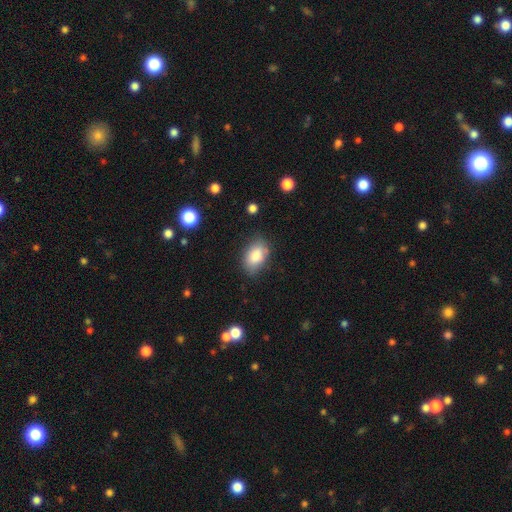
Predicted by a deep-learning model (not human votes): Q: Smooth or featured?
A: smooth (84%); runner-up: featured or disk (9%)
Q: How rounded?
A: in between (89%); runner-up: round (10%)
Q: Merging?
A: none (74%); runner-up: minor disturbance (19%)